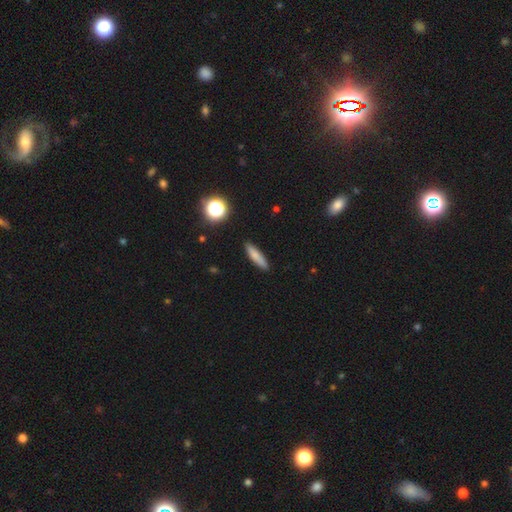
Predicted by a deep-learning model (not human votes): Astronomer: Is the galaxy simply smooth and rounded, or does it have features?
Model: smooth — 78%.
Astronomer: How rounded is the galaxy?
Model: cigar-shaped — 80%.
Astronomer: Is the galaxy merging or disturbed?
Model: none — 89%.